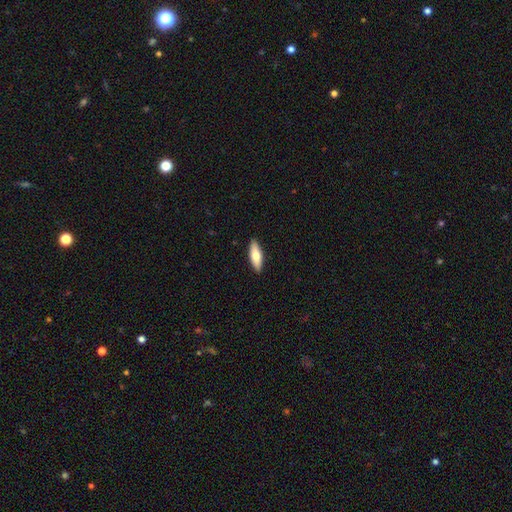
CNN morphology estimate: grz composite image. It shows a smooth galaxy with no disk features (70%) that is in between round and cigar-shaped (53%). Merging: none (90%).